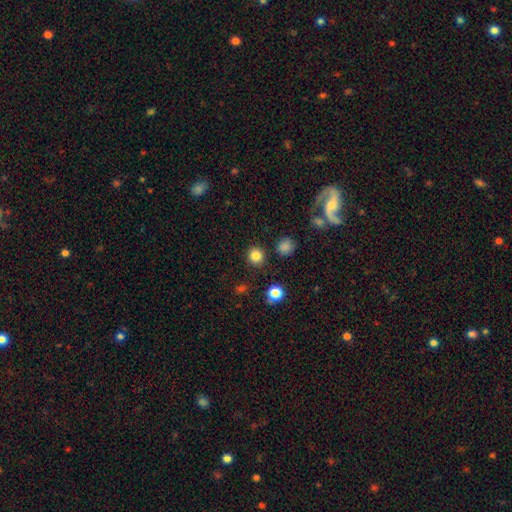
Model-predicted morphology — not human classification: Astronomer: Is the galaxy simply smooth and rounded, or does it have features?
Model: smooth — 83%.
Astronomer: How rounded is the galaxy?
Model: round — 92%.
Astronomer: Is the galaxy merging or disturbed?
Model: none — 89%.